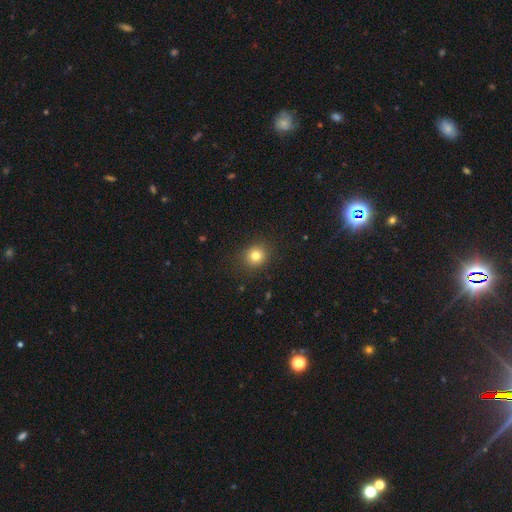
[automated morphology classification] Smooth or featured: smooth — 80% (star or artifact — 13%)
How rounded: round — 84% (in between — 15%)
Merging: none — 88% (minor disturbance — 8%)